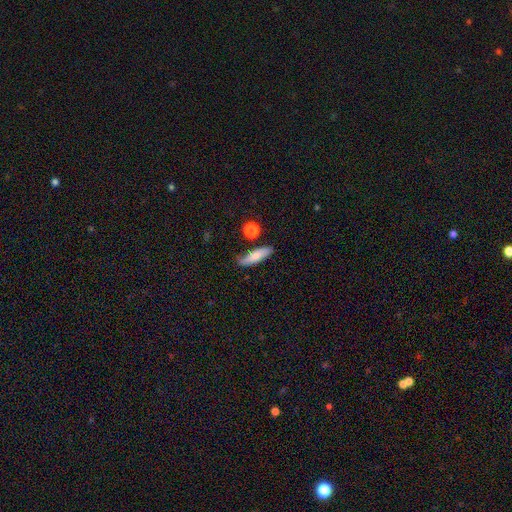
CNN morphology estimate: type=smooth (72%); roundness=cigar-shaped (61%); merging=none (70%).